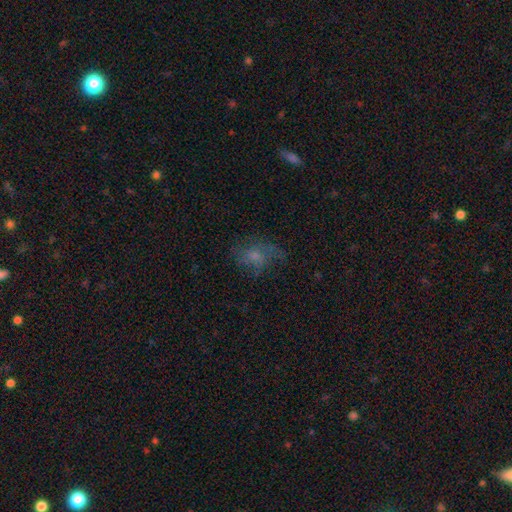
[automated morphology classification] Smooth or featured?
  - smooth: 49% *
  - featured or disk: 35%
  - star or artifact: 17%
Merging?
  - none: 50% *
  - major disturbance: 24%
  - minor disturbance: 23%
  - merger: 2%